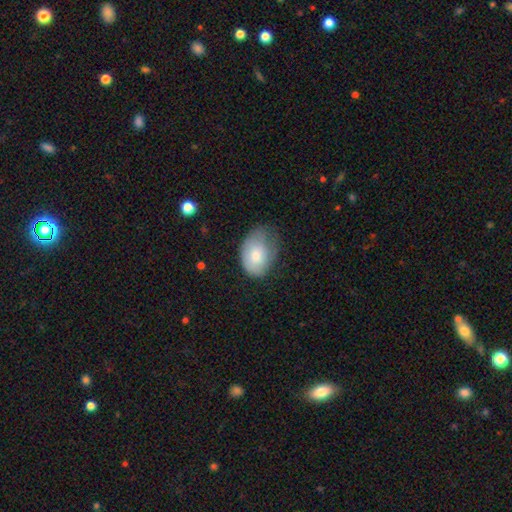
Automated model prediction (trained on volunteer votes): Smooth or featured? Predicted: smooth (p=0.74). How rounded? Predicted: in between (p=0.79). Merging? Predicted: minor disturbance (p=0.42).